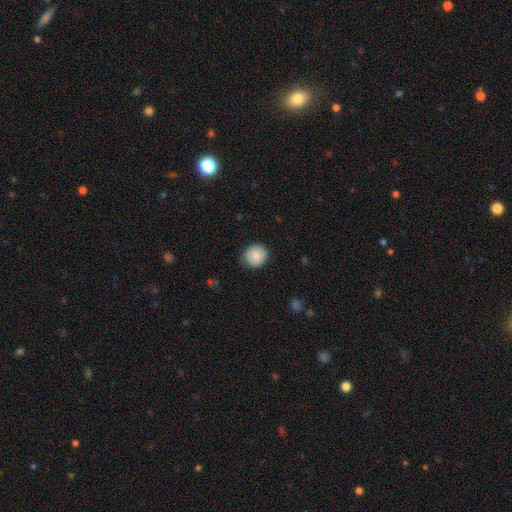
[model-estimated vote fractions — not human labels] Morphology: type=smooth (80%); roundness=round (83%); merging=none (81%).